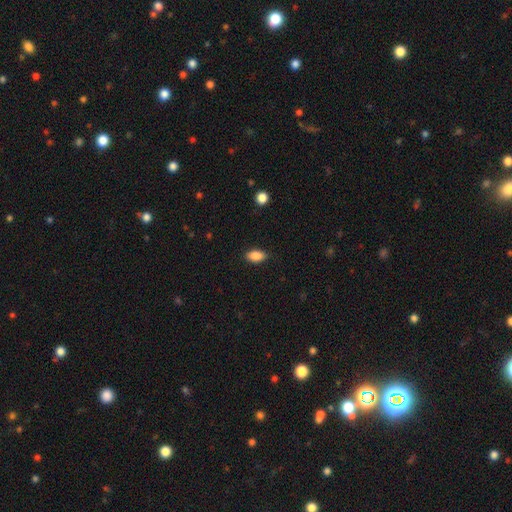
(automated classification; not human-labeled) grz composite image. It shows a smooth galaxy with no disk features (86%) that is in between round and cigar-shaped (90%). Merging: none (85%).